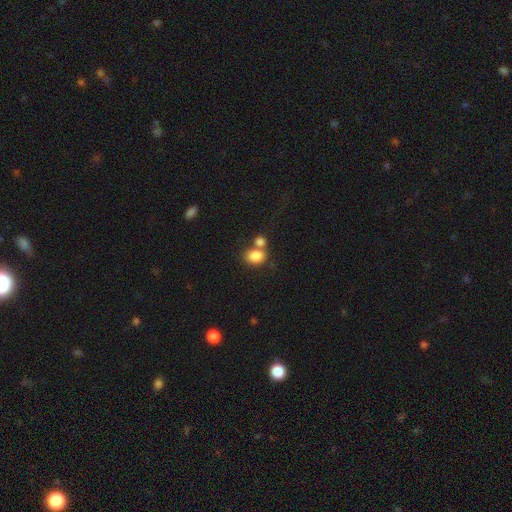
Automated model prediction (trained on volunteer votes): The model was most divided on "merging": merger: 43%, none: 42%, minor disturbance: 10%, major disturbance: 5%. More confident: smooth or featured — smooth (83%); how rounded — in between (57%).